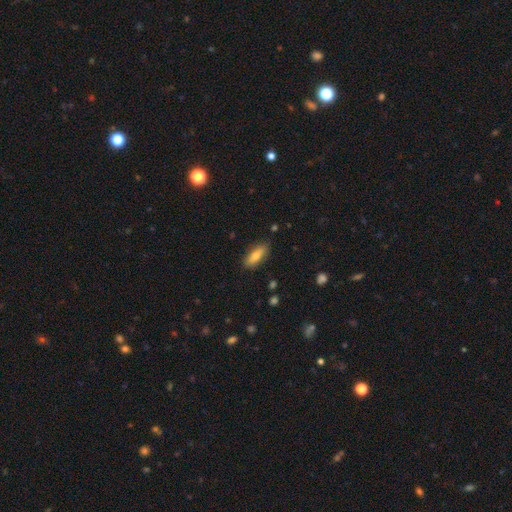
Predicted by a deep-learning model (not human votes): Morphology: type=smooth (74%); roundness=in between (72%); merging=none (84%).